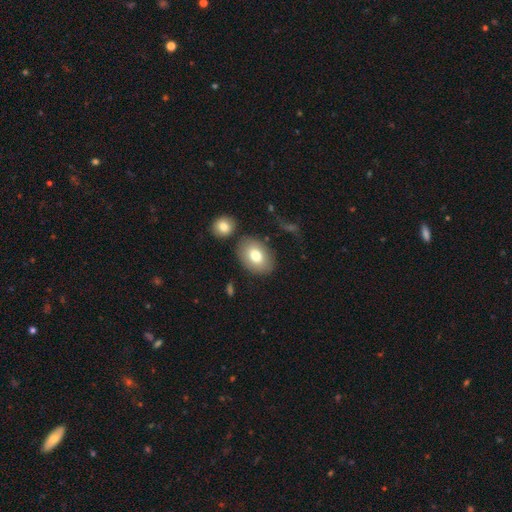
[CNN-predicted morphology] type=smooth (77%); roundness=in between (79%); merging=none (77%).